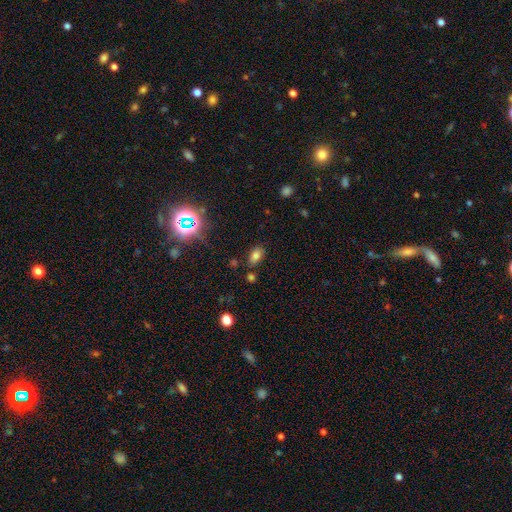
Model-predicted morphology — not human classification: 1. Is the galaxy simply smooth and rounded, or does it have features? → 73% smooth, 18% star or artifact, 9% featured or disk.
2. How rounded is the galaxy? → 88% in between, 10% round, 2% cigar-shaped.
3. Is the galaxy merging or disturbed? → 78% none, 12% minor disturbance, 7% merger, 4% major disturbance.